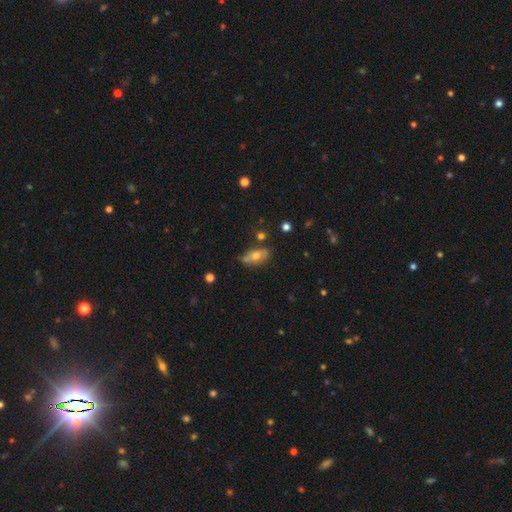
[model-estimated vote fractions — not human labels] A smooth galaxy with no disk features (53%) that is in between round and cigar-shaped (74%).

Vote fractions:
- Smooth or featured? smooth: 53% / featured or disk: 37% / star or artifact: 10%
- How rounded? in between: 74% / cigar-shaped: 21% / round: 5%
- Merging? none: 69% / minor disturbance: 20% / merger: 6% / major disturbance: 5%